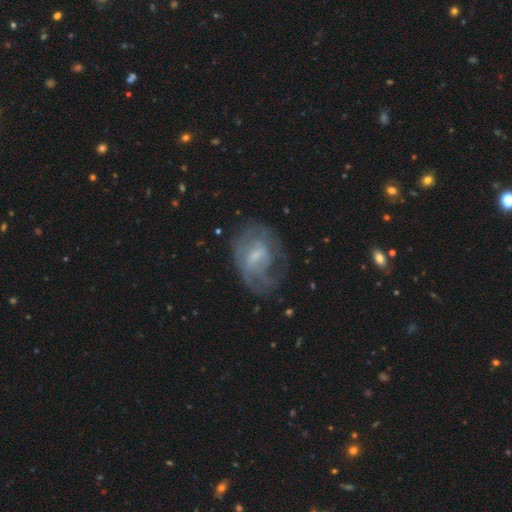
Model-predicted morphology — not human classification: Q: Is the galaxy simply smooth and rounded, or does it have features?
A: featured or disk — 65%.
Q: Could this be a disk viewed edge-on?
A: no — 96%.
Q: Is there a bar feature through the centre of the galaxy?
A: weak — 53%.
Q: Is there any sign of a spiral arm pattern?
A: yes — 67%.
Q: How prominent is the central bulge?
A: small — 41%.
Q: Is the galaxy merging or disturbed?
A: none — 49%.